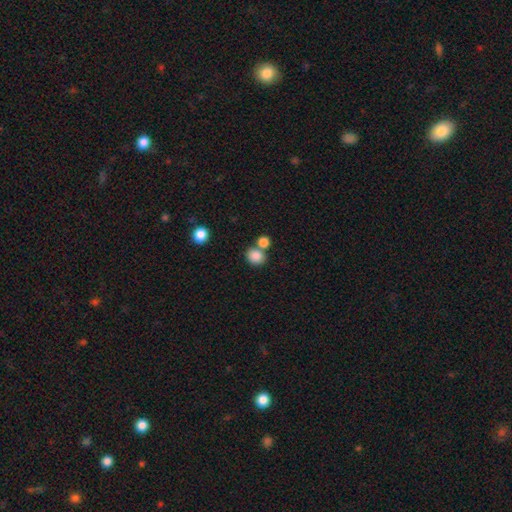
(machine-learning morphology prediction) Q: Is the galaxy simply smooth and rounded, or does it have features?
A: smooth — 85%.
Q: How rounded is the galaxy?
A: round — 69%.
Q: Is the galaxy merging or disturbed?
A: none — 56%.